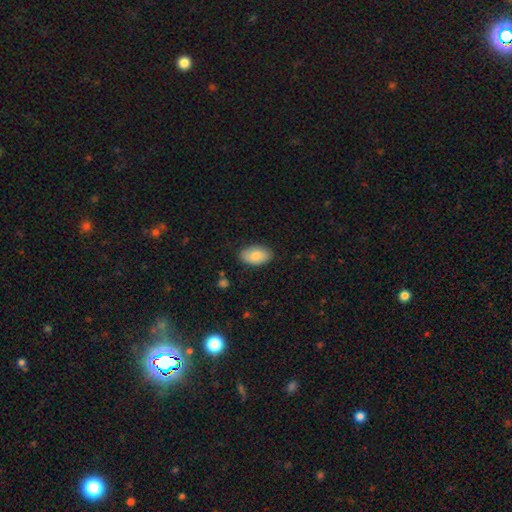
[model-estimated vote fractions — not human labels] This is clearly a smooth galaxy (82%). How rounded: clearly in between (94%). Merging: clearly none (85%).